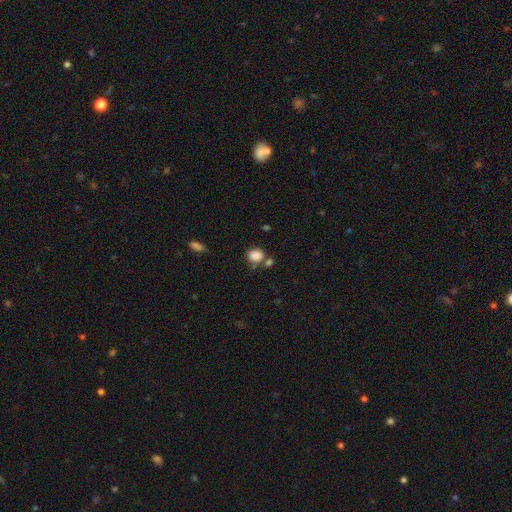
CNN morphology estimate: smooth_or_featured: smooth (p=0.85) [alt: star or artifact p=0.09]
how_rounded: round (p=0.60) [alt: in between p=0.39]
merging: none (p=0.55) [alt: merger p=0.21]